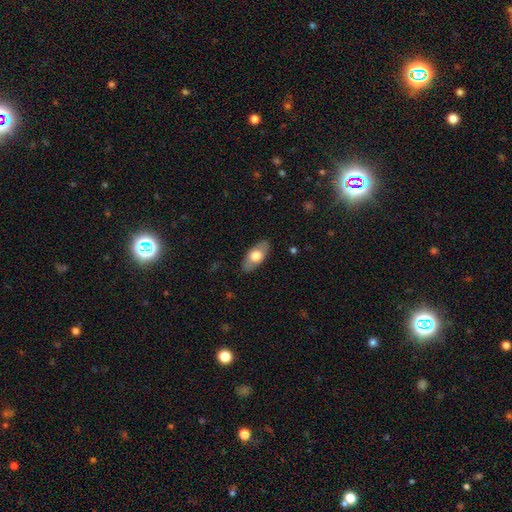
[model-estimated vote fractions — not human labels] Smooth or featured? Predicted: smooth (p=0.63). How rounded? Predicted: in between (p=0.90). Merging? Predicted: none (p=0.85).